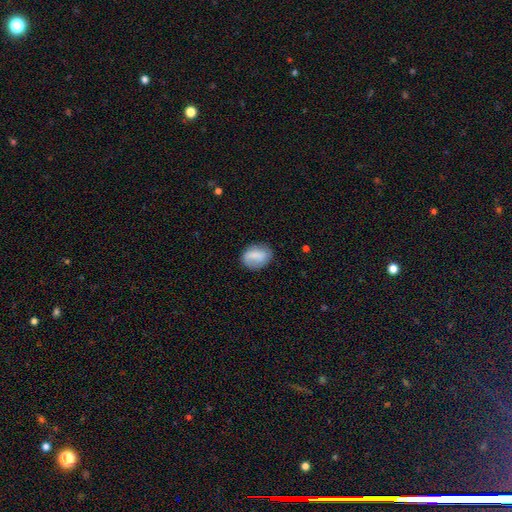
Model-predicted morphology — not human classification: This is likely a smooth galaxy (72%). How rounded: likely in between (66%). Merging: likely none (74%).